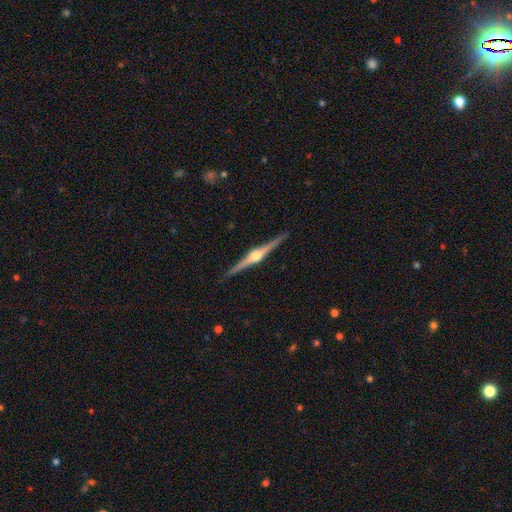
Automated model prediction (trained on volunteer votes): A featured or disk galaxy (88%) viewed edge-on (99%) with a rounded central bulge (95%).

Vote fractions:
- Smooth or featured? featured or disk: 88% / smooth: 7% / star or artifact: 4%
- Edge-on disk? yes: 99% / no: 1%
- Edge-on bulge? rounded: 95% / boxy: 3% / none: 2%
- Merging? none: 92% / minor disturbance: 6% / major disturbance: 1% / merger: 1%